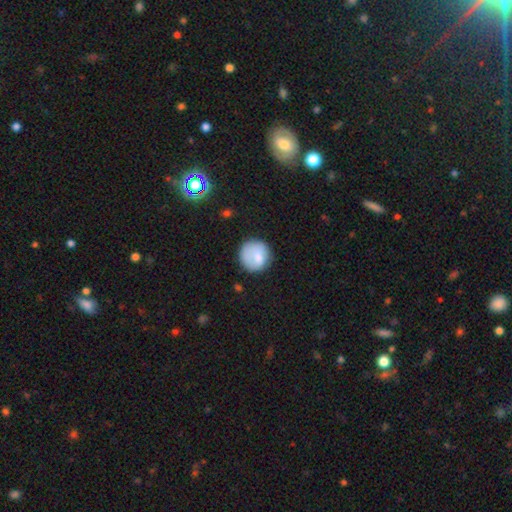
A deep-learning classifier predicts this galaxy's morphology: smooth-or-featured: smooth: 77% | featured or disk: 15% | star or artifact: 7%
  how-rounded: round: 90% | in between: 9% | cigar-shaped: 1%
  merging: none: 71% | minor disturbance: 19% | major disturbance: 7% | merger: 3%